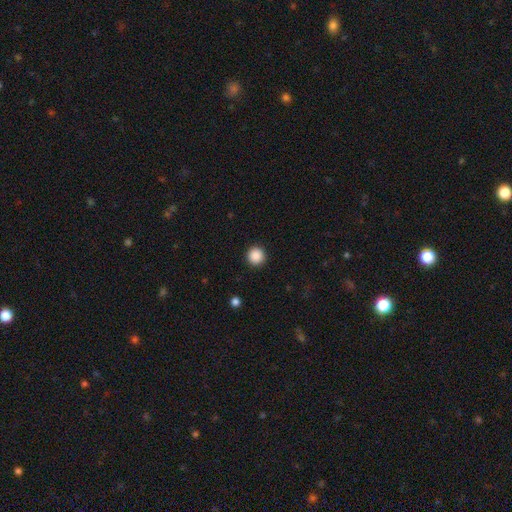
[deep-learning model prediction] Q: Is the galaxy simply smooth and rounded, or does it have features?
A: smooth — 88%.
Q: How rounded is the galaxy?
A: round — 96%.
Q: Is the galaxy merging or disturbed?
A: none — 93%.